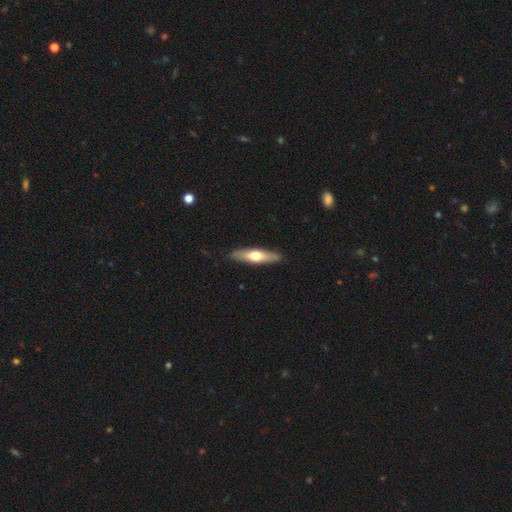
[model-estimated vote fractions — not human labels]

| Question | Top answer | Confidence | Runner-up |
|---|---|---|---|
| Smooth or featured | smooth | 49% | featured or disk (46%) |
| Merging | none | 89% | minor disturbance (8%) |